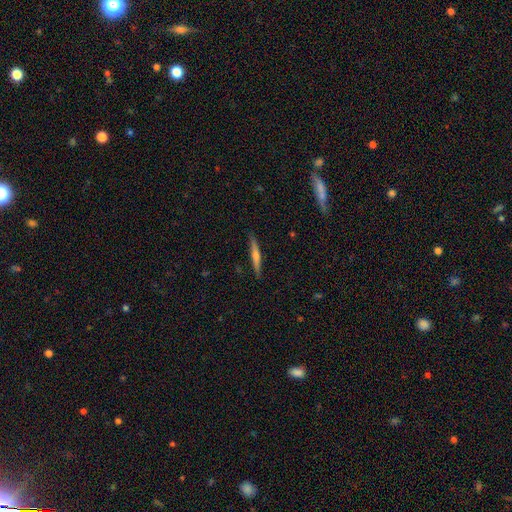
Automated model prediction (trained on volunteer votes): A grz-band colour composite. It shows a featured or disk galaxy (60%) viewed edge-on (97%) with a rounded central bulge (76%). Merging: none (90%).